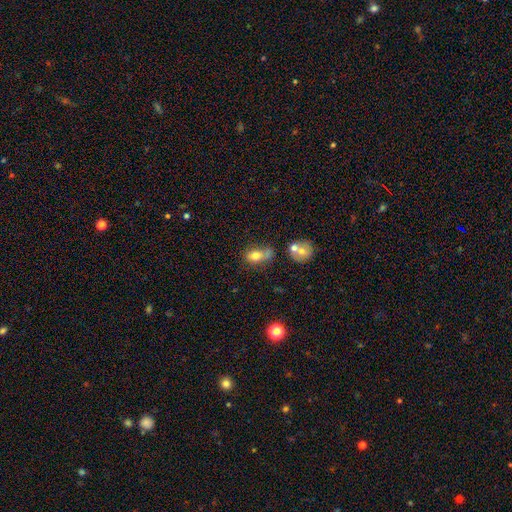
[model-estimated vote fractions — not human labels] This is likely a smooth galaxy (73%). How rounded: likely in between (75%). Merging: marginally none (34%).